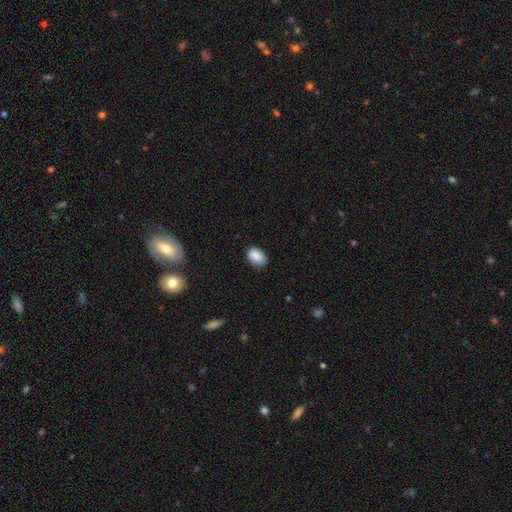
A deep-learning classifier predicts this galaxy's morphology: type=smooth (86%); roundness=in between (86%); merging=none (79%).